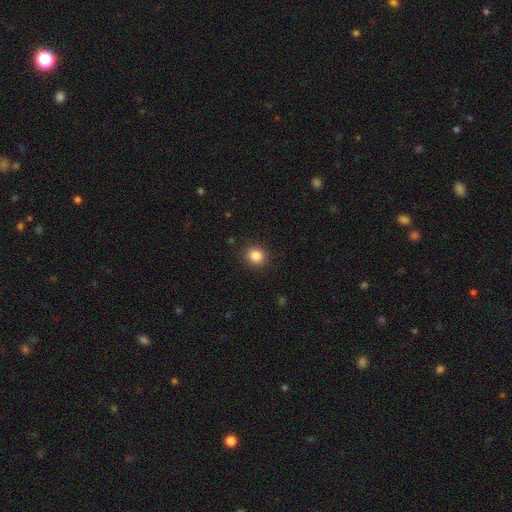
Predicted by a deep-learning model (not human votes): A smooth galaxy with no disk features (86%) that is round (81%).

Vote fractions:
- Smooth or featured? smooth: 86% / star or artifact: 10% / featured or disk: 4%
- How rounded? round: 81% / in between: 18% / cigar-shaped: 1%
- Merging? none: 89% / minor disturbance: 7% / major disturbance: 2% / merger: 1%